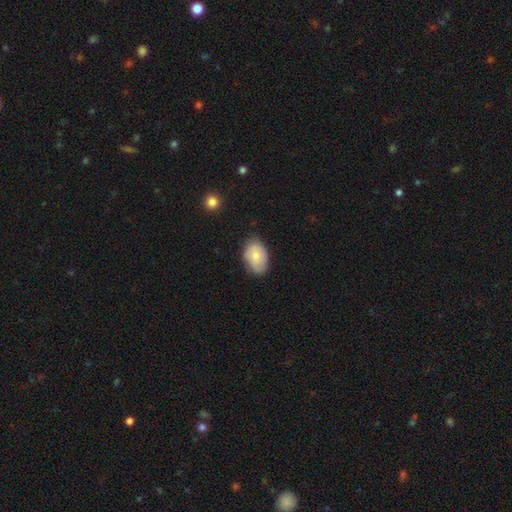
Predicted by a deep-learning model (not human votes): Morphology: type=smooth (70%); roundness=in between (86%); merging=none (73%).